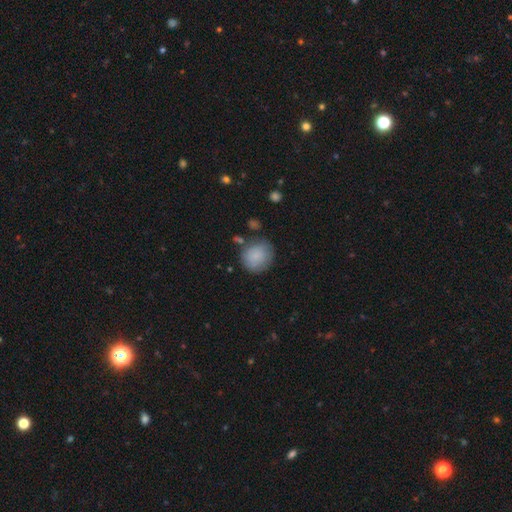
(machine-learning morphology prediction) Smooth or featured? smooth (81%)
How rounded? round (85%)
Merging? none (69%)